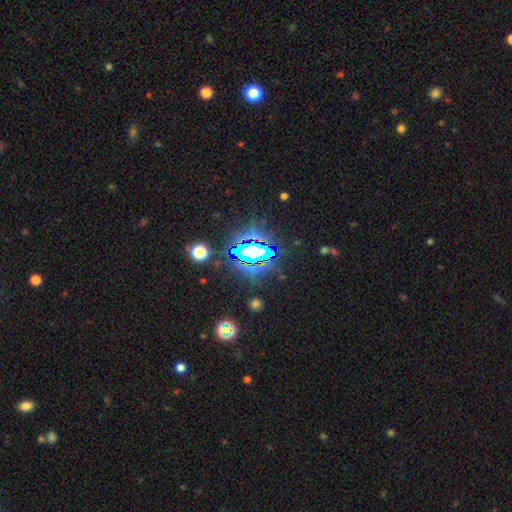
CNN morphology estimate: type=star or artifact (77%).